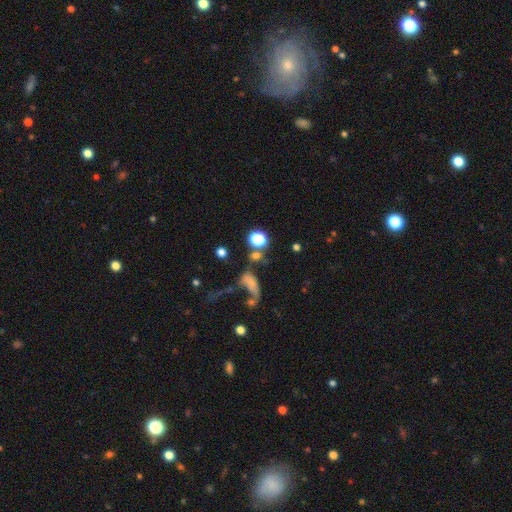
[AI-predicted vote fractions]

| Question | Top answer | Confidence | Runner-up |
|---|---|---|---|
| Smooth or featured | smooth | 37% | star or artifact (35%) |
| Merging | none | 35% | merger (27%) |